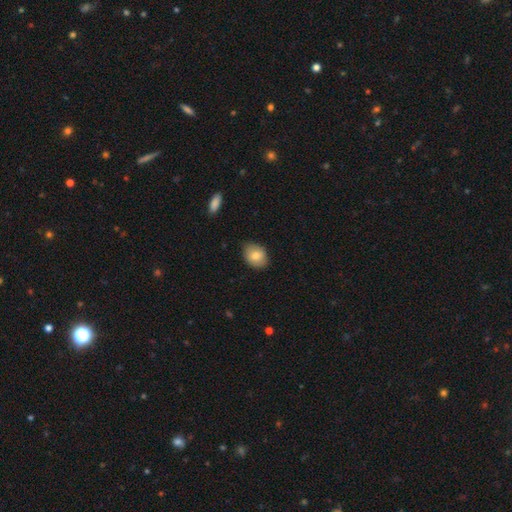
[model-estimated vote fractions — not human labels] This appears to be a smooth galaxy with no disk features (79%) that is in between round and cigar-shaped (66%). Merging: none (82%).